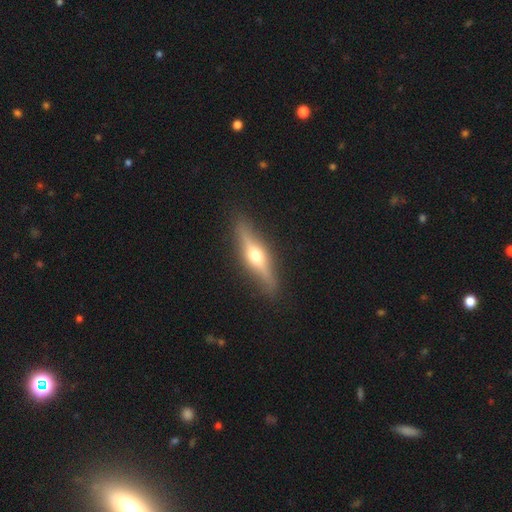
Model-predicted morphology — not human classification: Smooth or featured? featured or disk (67%)
Edge-on disk? yes (93%)
Edge-on bulge? rounded (95%)
Merging? none (89%)